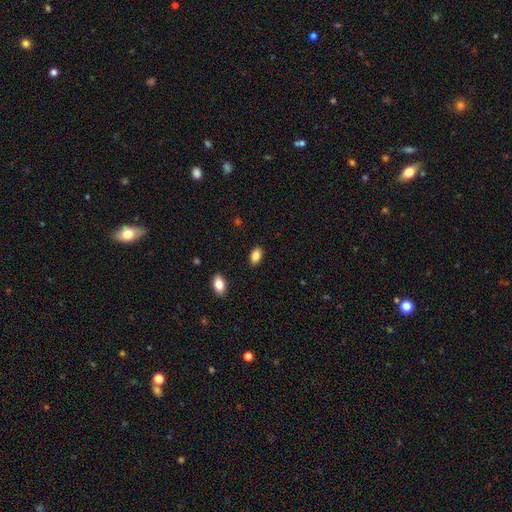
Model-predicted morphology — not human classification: The model was most divided on "smooth or featured": smooth: 86%, star or artifact: 8%, featured or disk: 6%. More confident: how rounded — in between (90%); merging — none (88%).